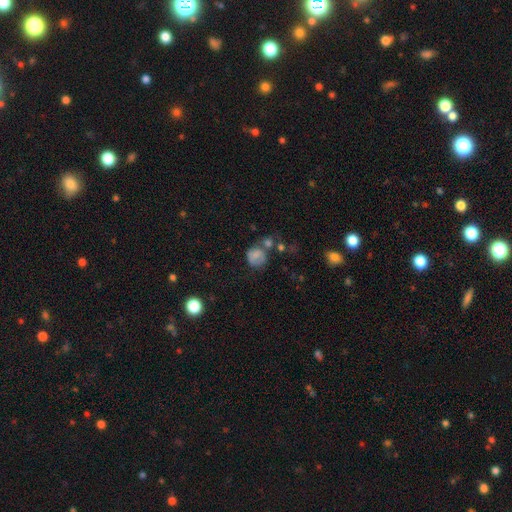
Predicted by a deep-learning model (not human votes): This appears to be a smooth galaxy with no disk features (64%) that is round (74%). Merging: none (44%).